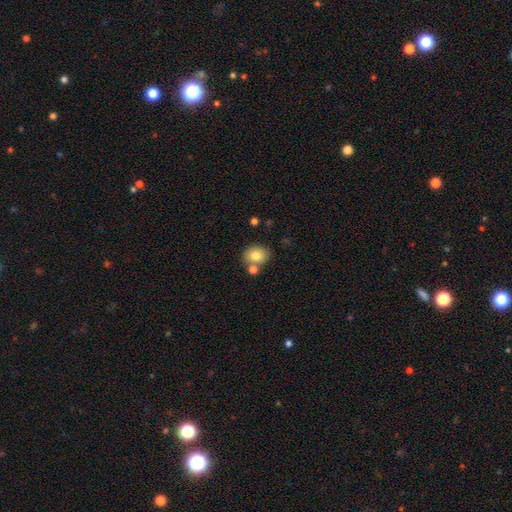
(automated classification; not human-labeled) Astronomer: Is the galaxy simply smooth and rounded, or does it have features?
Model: smooth — 80%.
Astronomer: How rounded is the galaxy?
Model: round — 52% (runner-up: in between, 47%).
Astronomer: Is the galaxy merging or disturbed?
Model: none — 67%.